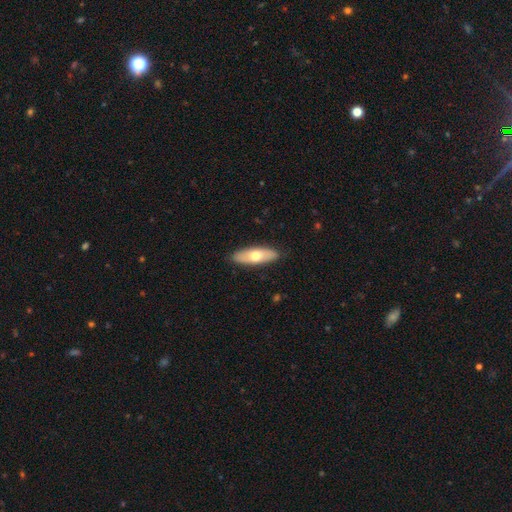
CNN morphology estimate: Smooth or featured: smooth — 62% (featured or disk — 32%)
How rounded: in between — 60% (cigar-shaped — 37%)
Merging: none — 87% (minor disturbance — 10%)